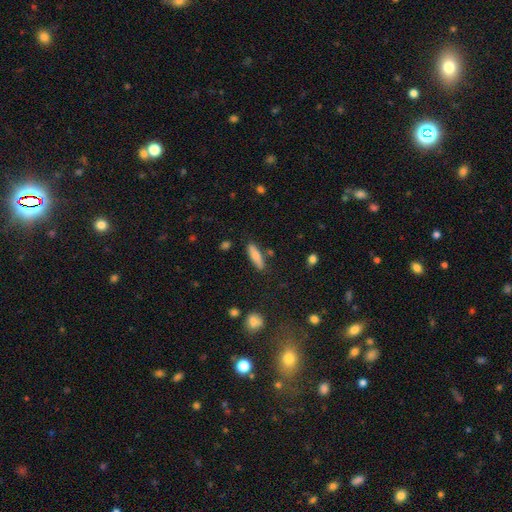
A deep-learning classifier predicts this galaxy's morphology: smooth_or_featured: smooth (p=0.72) [alt: featured or disk p=0.21]
how_rounded: cigar-shaped (p=0.59) [alt: in between p=0.38]
merging: none (p=0.82) [alt: minor disturbance p=0.12]